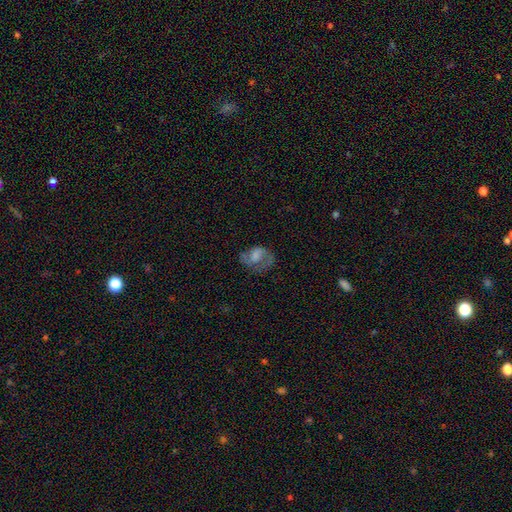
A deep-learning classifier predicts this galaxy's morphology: Q: Smooth or featured?
A: featured or disk (45%); tied with: smooth (45%)
Q: Merging?
A: none (44%); runner-up: major disturbance (29%)